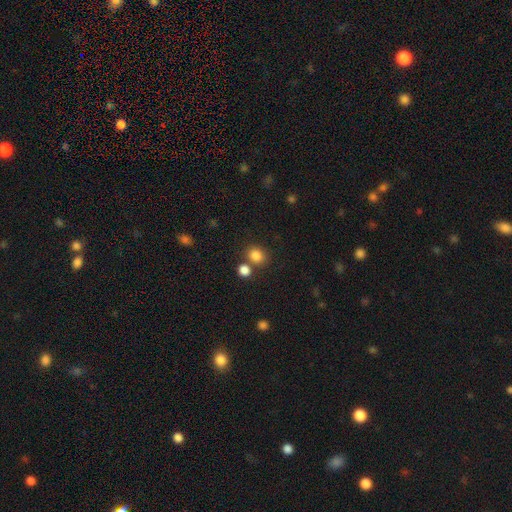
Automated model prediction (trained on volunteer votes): This is clearly a smooth galaxy (83%). How rounded: likely round (66%). Merging: likely none (66%).